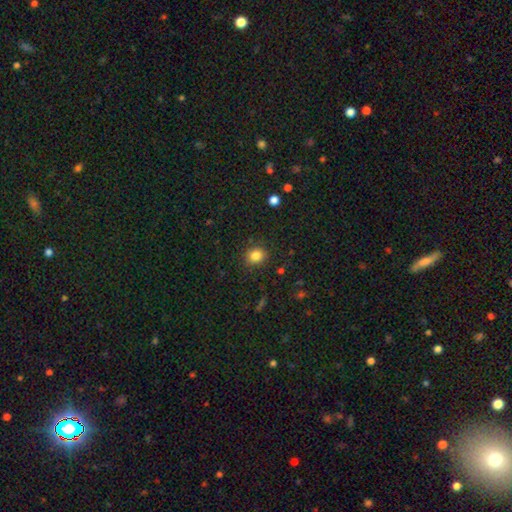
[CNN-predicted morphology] This is clearly a smooth galaxy (84%). How rounded: likely round (76%). Merging: clearly none (87%).